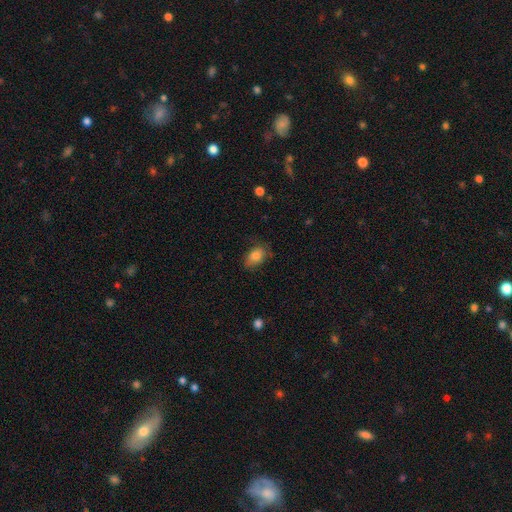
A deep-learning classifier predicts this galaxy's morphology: Smooth or featured? smooth (81%)
How rounded? in between (83%)
Merging? none (67%)